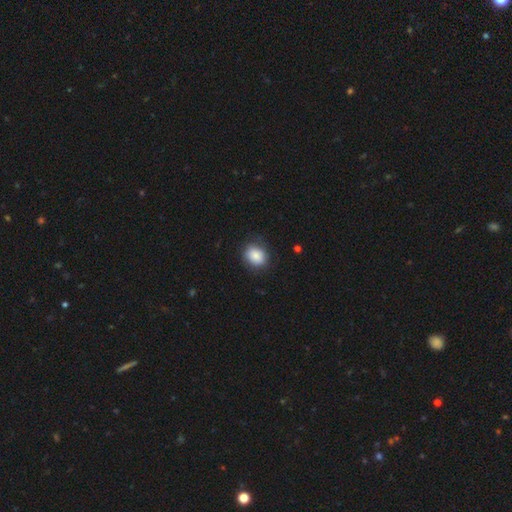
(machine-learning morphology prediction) Smooth or featured? Predicted: smooth (p=0.85). How rounded? Predicted: round (p=0.58). Merging? Predicted: none (p=0.78).